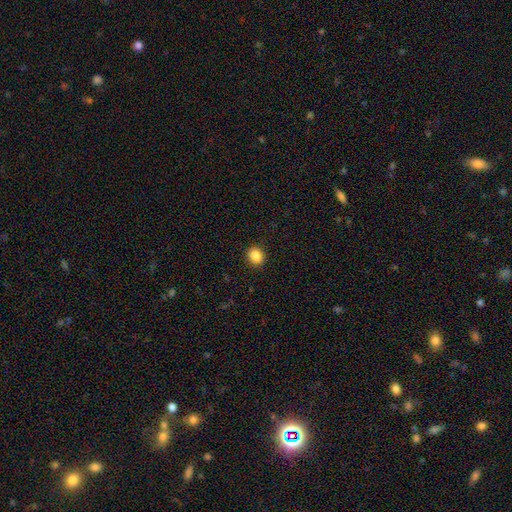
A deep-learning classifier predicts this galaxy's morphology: This appears to be a smooth galaxy with no disk features (87%) that is round (69%). Merging: none (91%).